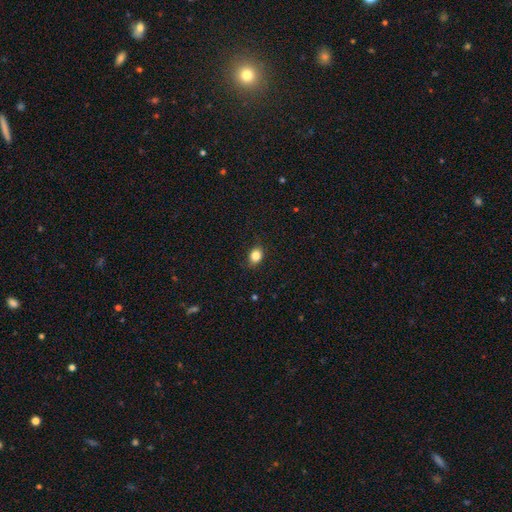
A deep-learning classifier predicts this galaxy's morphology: Smooth or featured: smooth — 84% (star or artifact — 10%)
How rounded: in between — 52% (round — 47%)
Merging: none — 84% (minor disturbance — 13%)